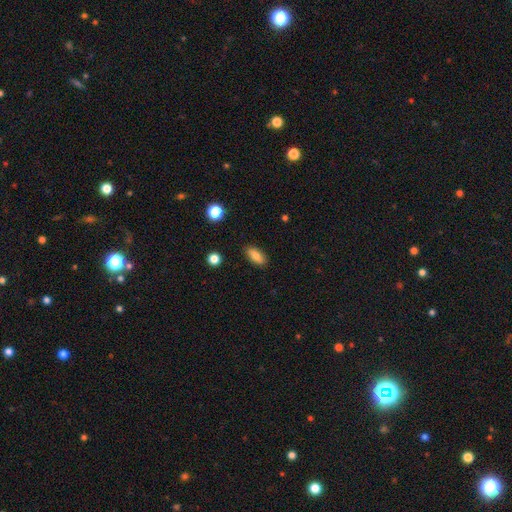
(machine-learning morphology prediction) Smooth or featured? smooth (82%)
How rounded? in between (84%)
Merging? none (88%)